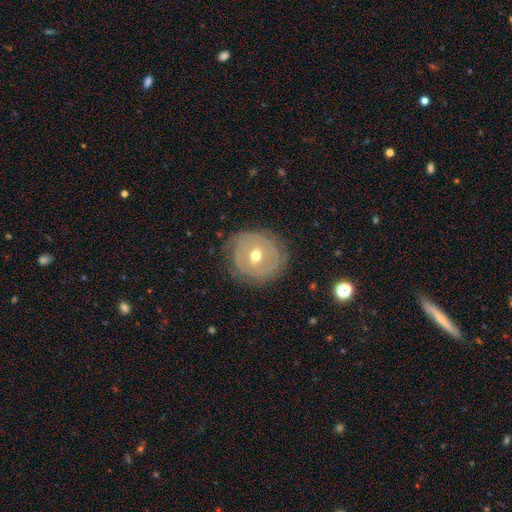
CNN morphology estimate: smooth_or_featured: featured or disk (p=0.57) [alt: smooth p=0.35]
disk_edge_on: no (p=0.94) [alt: yes p=0.06]
bar: no (p=0.53) [alt: weak p=0.34]
has_spiral_arms: no (p=0.60) [alt: yes p=0.40]
bulge_size: moderate (p=0.71) [alt: small p=0.24]
merging: none (p=0.74) [alt: minor disturbance p=0.17]